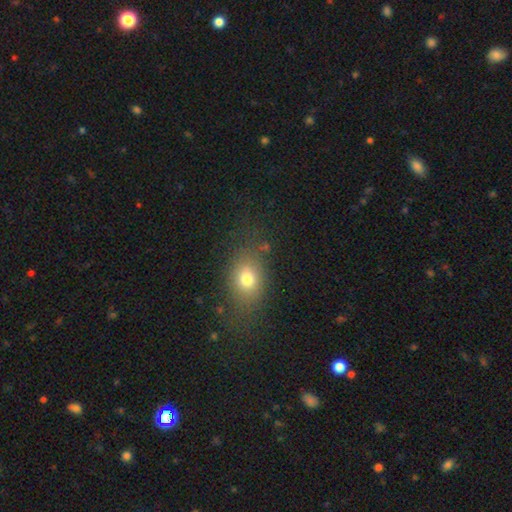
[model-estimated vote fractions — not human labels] smooth-or-featured: smooth: 68% | star or artifact: 20% | featured or disk: 12%
  how-rounded: in between: 64% | round: 30% | cigar-shaped: 6%
  merging: none: 82% | minor disturbance: 13% | major disturbance: 4% | merger: 2%